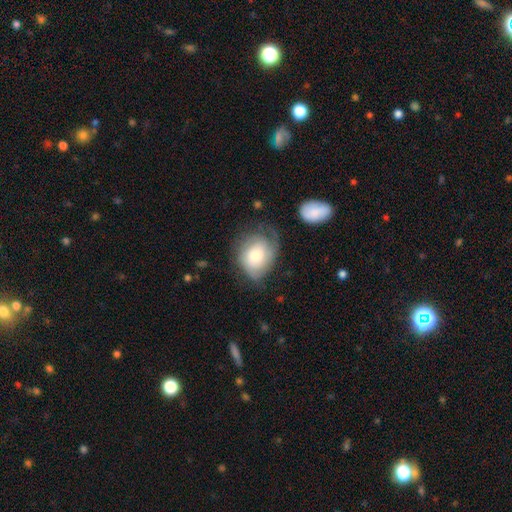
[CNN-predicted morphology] Smooth or featured? smooth (50%)
How rounded? round (54%)
Merging? none (48%)